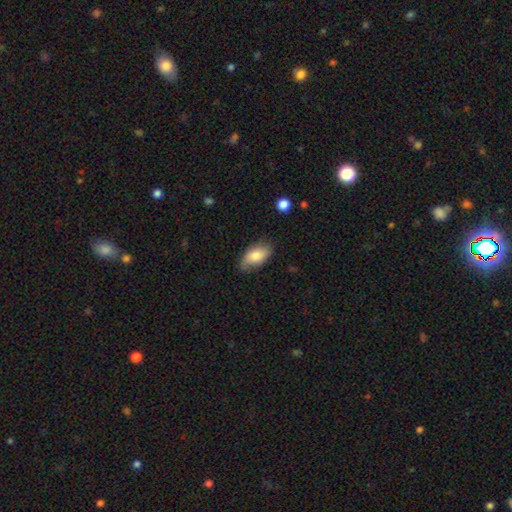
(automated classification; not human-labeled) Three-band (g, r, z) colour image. It shows a smooth galaxy with no disk features (77%) that is in between round and cigar-shaped (93%). Merging: none (71%).